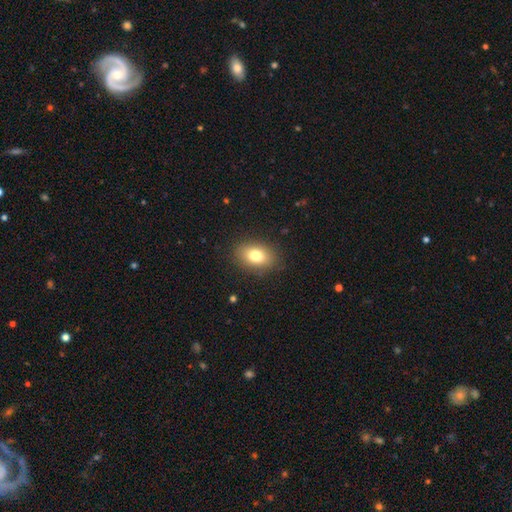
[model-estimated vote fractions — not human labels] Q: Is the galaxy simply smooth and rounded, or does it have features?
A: smooth — 78%.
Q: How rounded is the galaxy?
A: in between — 80%.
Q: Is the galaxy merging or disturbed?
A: none — 87%.